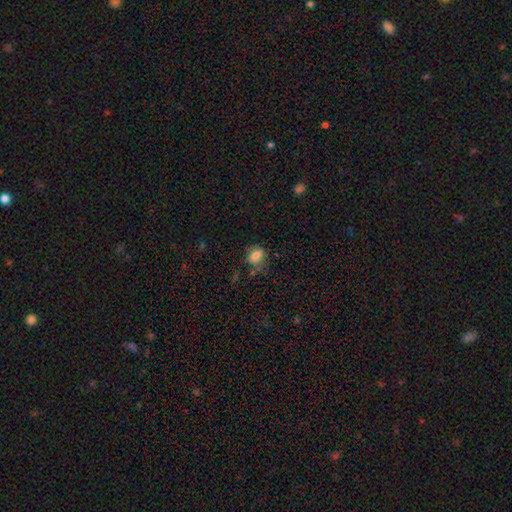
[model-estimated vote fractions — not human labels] A smooth galaxy with no disk features (76%) that is in between round and cigar-shaped (60%).

Vote fractions:
- Smooth or featured? smooth: 76% / featured or disk: 12% / star or artifact: 12%
- How rounded? in between: 60% / round: 38% / cigar-shaped: 2%
- Merging? none: 61% / minor disturbance: 24% / major disturbance: 9% / merger: 6%